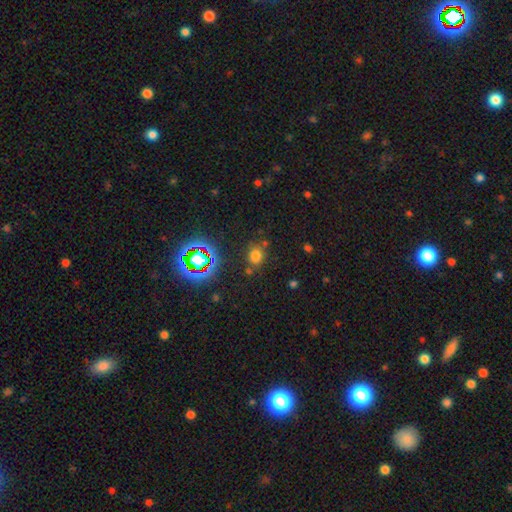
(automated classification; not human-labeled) smooth_or_featured: smooth (p=0.67) [alt: star or artifact p=0.26]
how_rounded: round (p=0.70) [alt: in between p=0.29]
merging: none (p=0.78) [alt: minor disturbance p=0.12]